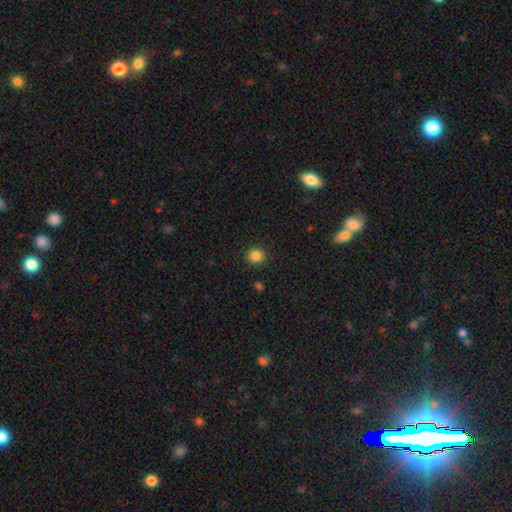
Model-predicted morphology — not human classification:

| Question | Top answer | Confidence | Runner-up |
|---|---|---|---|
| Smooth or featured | smooth | 85% | star or artifact (11%) |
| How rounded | round | 88% | in between (11%) |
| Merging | none | 90% | minor disturbance (6%) |